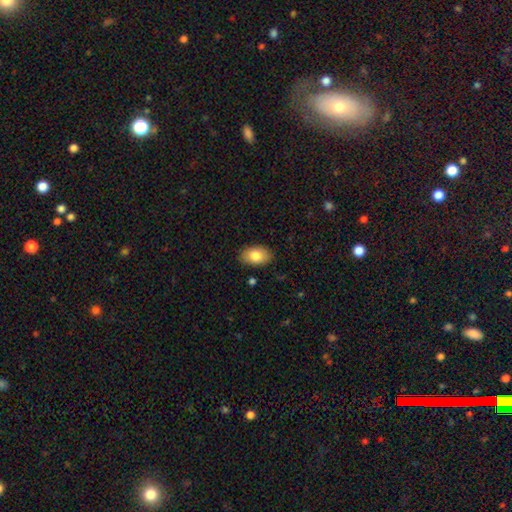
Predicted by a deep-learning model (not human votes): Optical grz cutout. It shows a smooth galaxy with no disk features (82%) that is in between round and cigar-shaped (89%). Merging: none (87%).